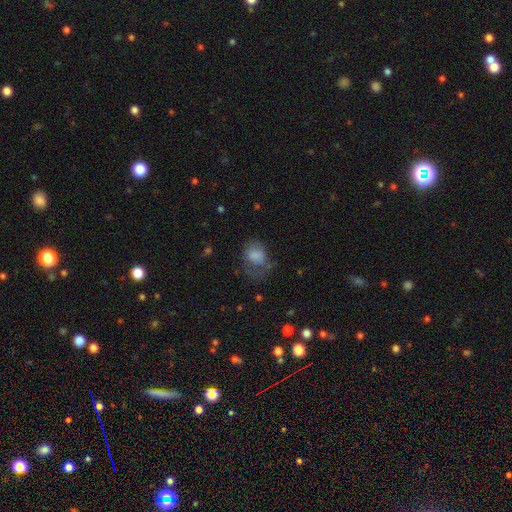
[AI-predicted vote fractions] Q: Smooth or featured?
A: smooth (73%); runner-up: featured or disk (17%)
Q: How rounded?
A: in between (51%); runner-up: round (48%)
Q: Merging?
A: major disturbance (40%); runner-up: none (32%)